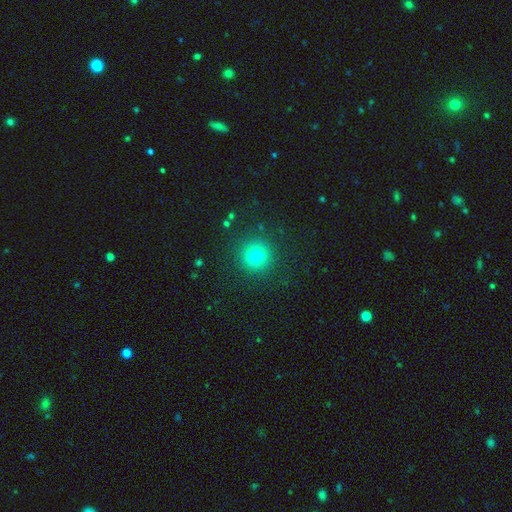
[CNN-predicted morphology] Smooth or featured? smooth (78%)
How rounded? round (95%)
Merging? none (90%)